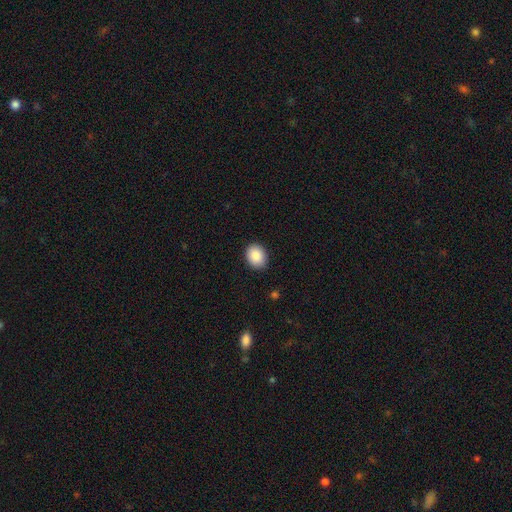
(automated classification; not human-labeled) Morphology: type=smooth (88%); roundness=in between (60%); merging=none (89%).